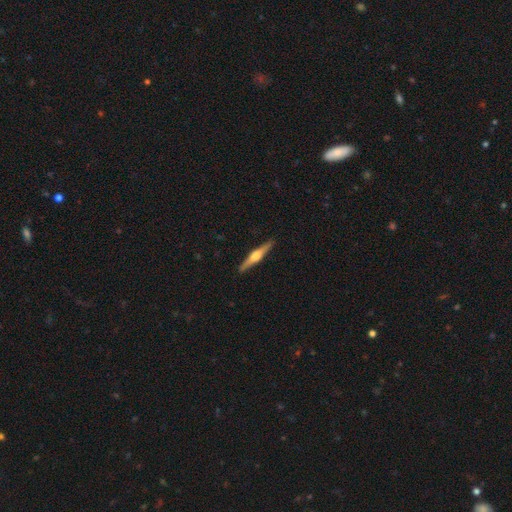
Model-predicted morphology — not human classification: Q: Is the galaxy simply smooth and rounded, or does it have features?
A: featured or disk — 74%.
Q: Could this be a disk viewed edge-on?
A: yes — 98%.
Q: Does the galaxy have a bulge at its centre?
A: rounded — 93%.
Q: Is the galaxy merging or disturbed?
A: none — 92%.